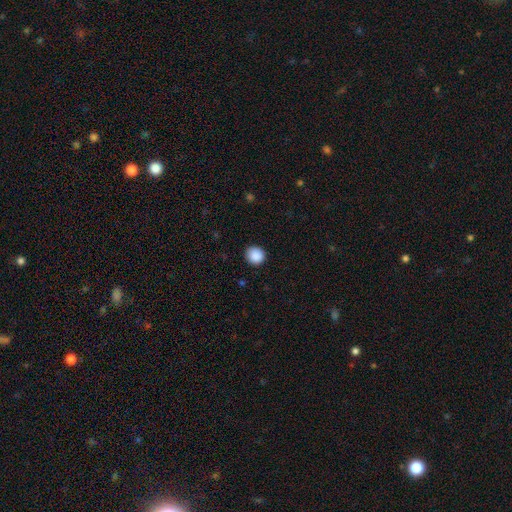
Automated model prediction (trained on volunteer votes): Morphology: type=smooth (89%); roundness=round (91%); merging=none (90%).